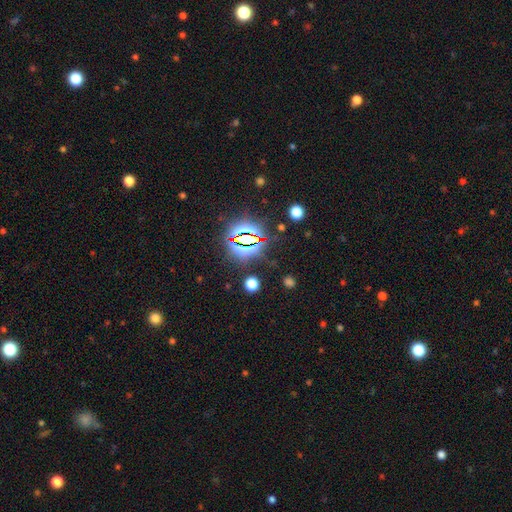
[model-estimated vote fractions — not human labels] Overall: star or artifact (83%).